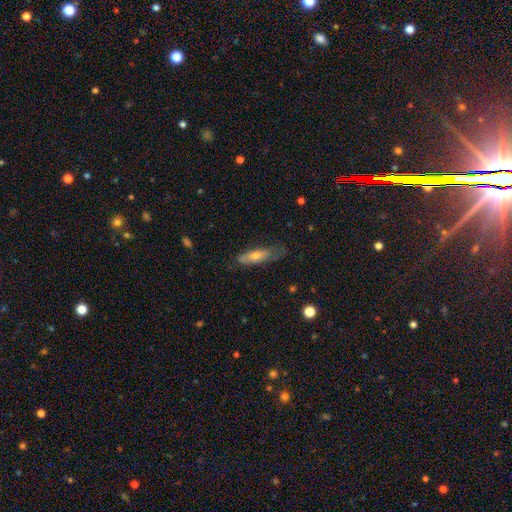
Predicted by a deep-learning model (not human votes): smooth_or_featured: smooth (p=0.51) [alt: featured or disk p=0.41]
how_rounded: cigar-shaped (p=0.51) [alt: in between p=0.47]
merging: none (p=0.60) [alt: minor disturbance p=0.28]